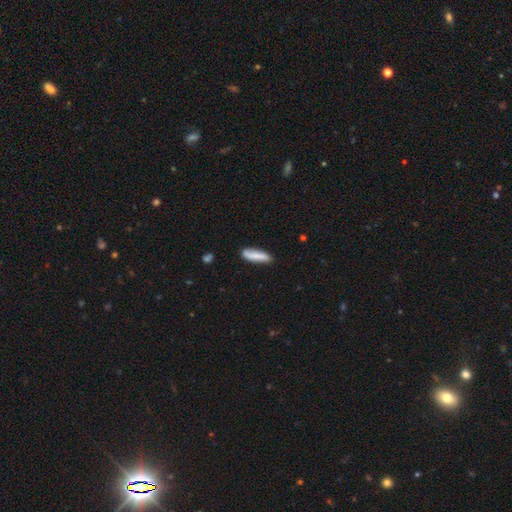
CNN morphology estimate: smooth 76%, featured or disk 18%, star or artifact 6%. Down the decision tree: how rounded — cigar-shaped (68%); merging — none (80%).